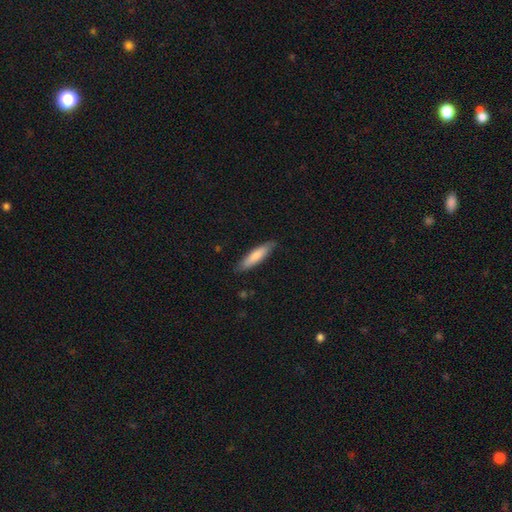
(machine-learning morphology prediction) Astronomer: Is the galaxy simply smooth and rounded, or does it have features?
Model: smooth — 78%.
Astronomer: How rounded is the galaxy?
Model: cigar-shaped — 75%.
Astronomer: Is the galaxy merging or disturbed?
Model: none — 84%.